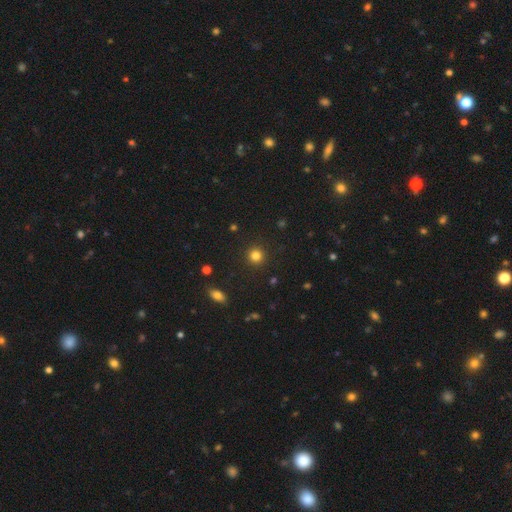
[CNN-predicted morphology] Smooth or featured? smooth (82%)
How rounded? round (94%)
Merging? none (91%)